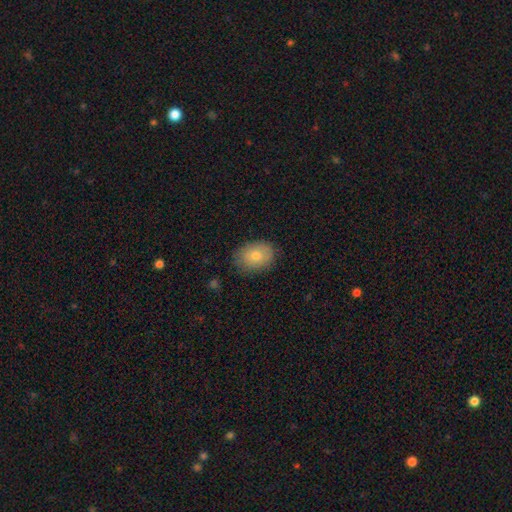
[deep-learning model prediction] This is likely a smooth galaxy (76%). How rounded: likely in between (67%). Merging: clearly none (82%).